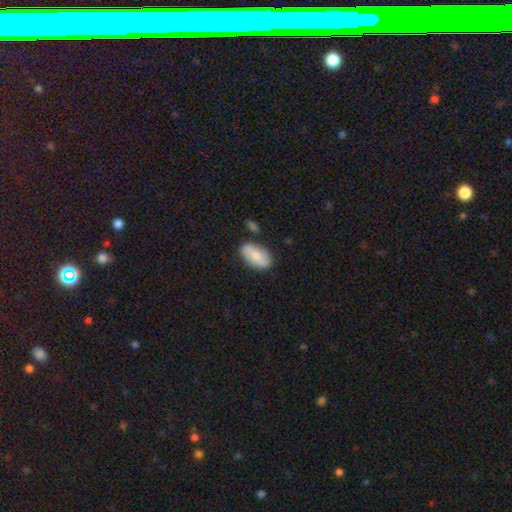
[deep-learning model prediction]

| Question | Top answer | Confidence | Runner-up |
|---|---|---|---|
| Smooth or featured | smooth | 69% | featured or disk (25%) |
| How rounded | in between | 93% | round (4%) |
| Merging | none | 79% | minor disturbance (14%) |